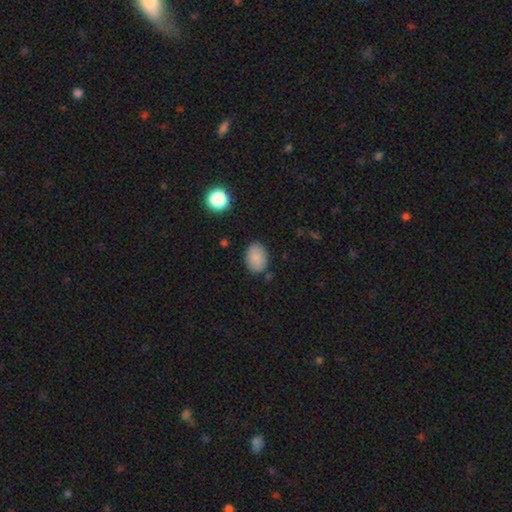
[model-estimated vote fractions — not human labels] Morphology: type=smooth (85%); roundness=in between (77%); merging=none (84%).